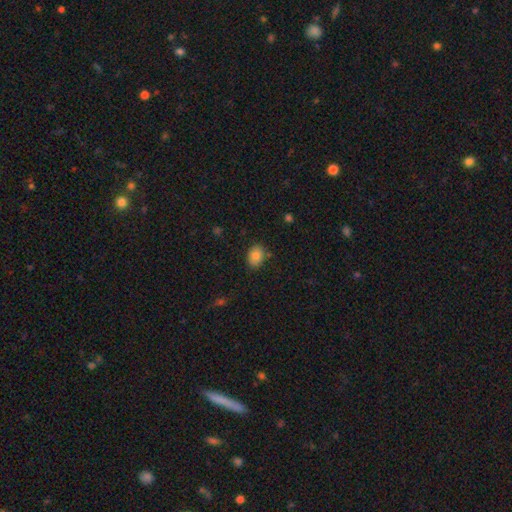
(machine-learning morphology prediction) Smooth or featured?
  - smooth: 82% *
  - star or artifact: 9%
  - featured or disk: 9%
How rounded?
  - in between: 68% *
  - round: 31%
  - cigar-shaped: 1%
Merging?
  - none: 82% *
  - minor disturbance: 13%
  - merger: 3%
  - major disturbance: 3%